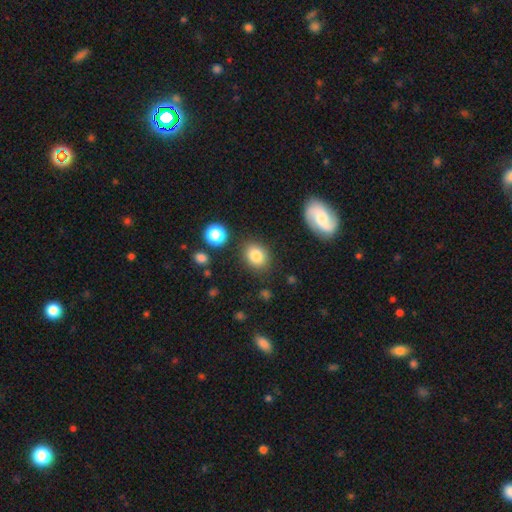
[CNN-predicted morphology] Smooth or featured? Predicted: smooth (p=0.83). How rounded? Predicted: in between (p=0.53). Merging? Predicted: none (p=0.81).